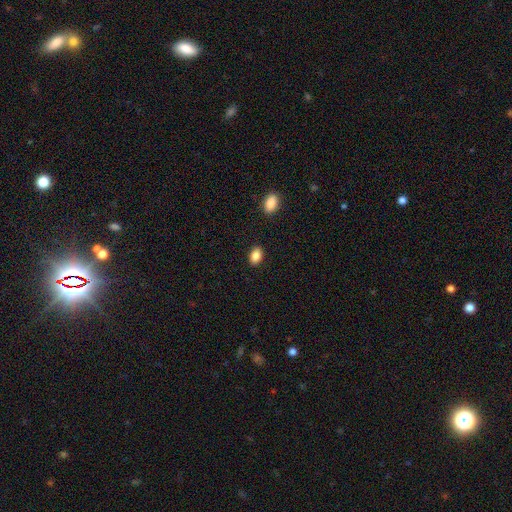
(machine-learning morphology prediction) The model was most divided on "how rounded": in between: 86%, round: 13%, cigar-shaped: 1%. More confident: merging — none (88%); smooth or featured — smooth (87%).